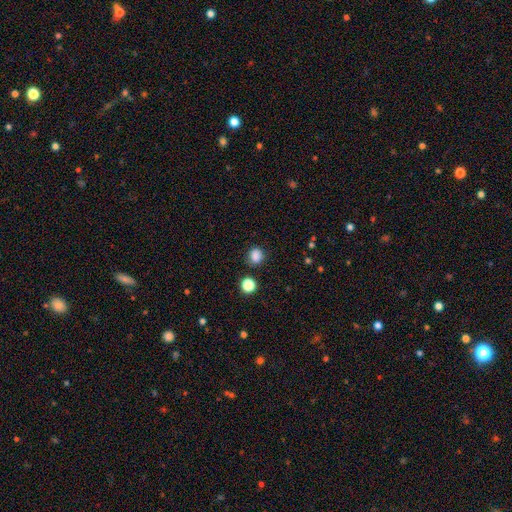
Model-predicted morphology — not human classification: Overall: smooth (84%). How rounded: round (78%). Merging: none (84%).